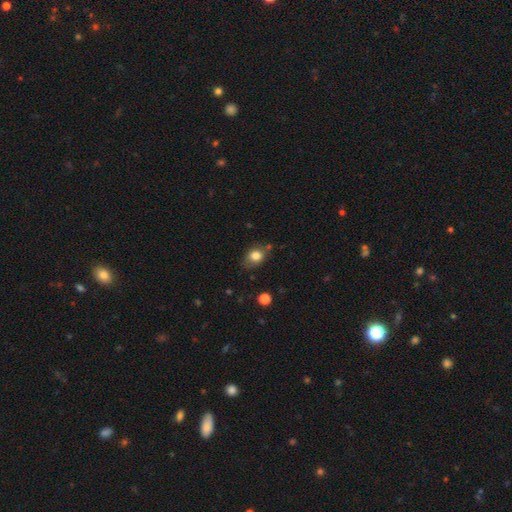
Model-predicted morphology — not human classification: Smooth or featured? Predicted: smooth (p=0.80). How rounded? Predicted: in between (p=0.61). Merging? Predicted: none (p=0.64).